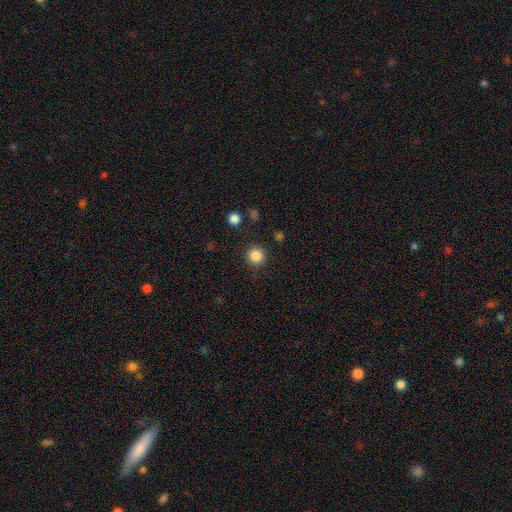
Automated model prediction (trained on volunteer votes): smooth 86%, star or artifact 11%, featured or disk 4%. Down the decision tree: how rounded — round (95%); merging — none (90%).